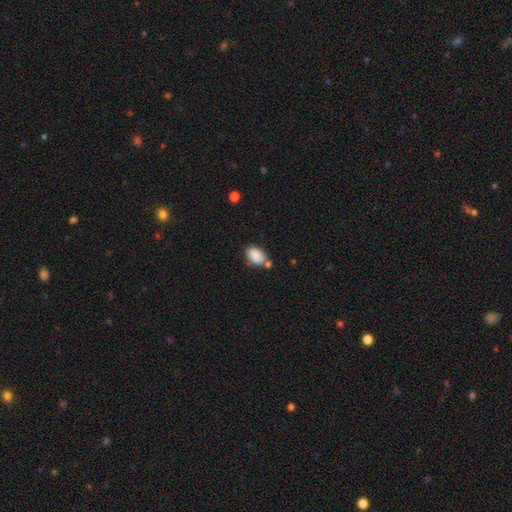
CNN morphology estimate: This is clearly a smooth galaxy (88%). How rounded: clearly in between (87%). Merging: likely none (63%).